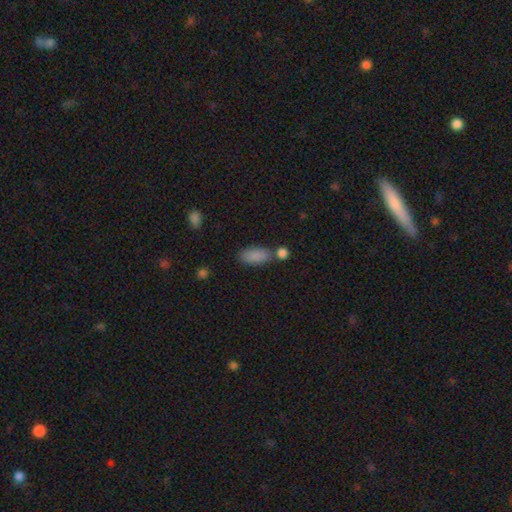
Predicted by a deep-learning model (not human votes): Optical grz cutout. It shows a smooth galaxy with no disk features (86%) that is in between round and cigar-shaped (84%). Merging: none (63%).